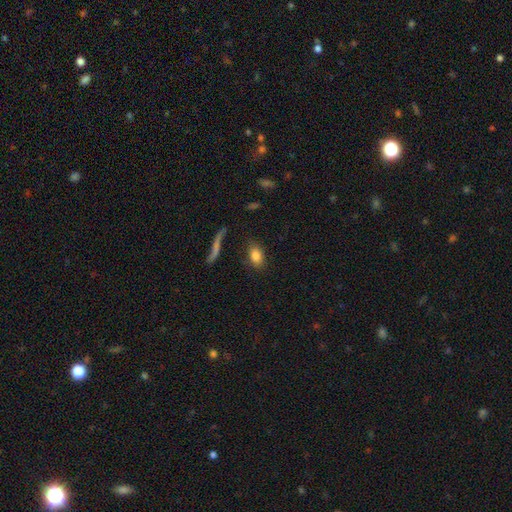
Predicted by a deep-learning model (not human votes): Overall: smooth (82%). How rounded: in between (84%). Merging: none (78%).